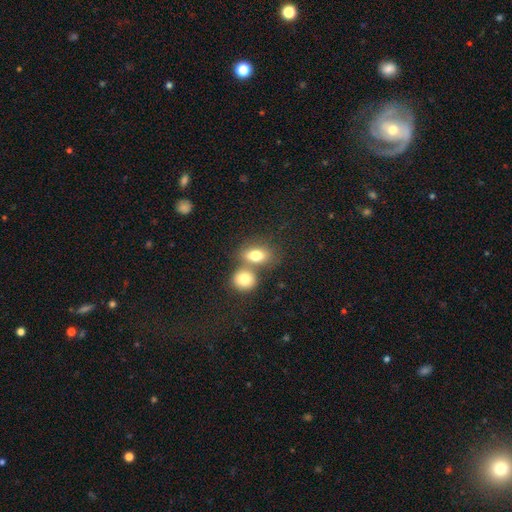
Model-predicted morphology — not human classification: This is likely a smooth galaxy (78%). How rounded: likely in between (72%). Merging: possibly merger (48%).